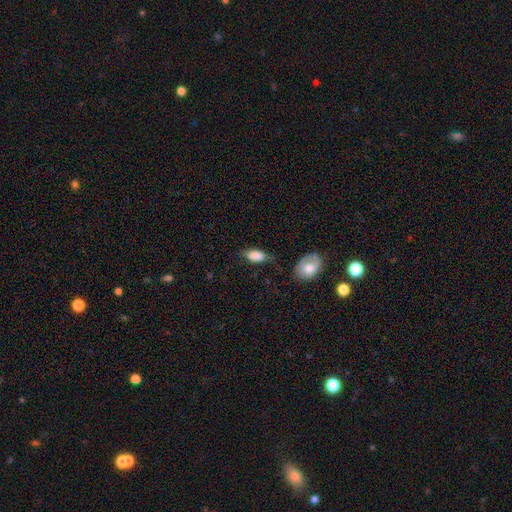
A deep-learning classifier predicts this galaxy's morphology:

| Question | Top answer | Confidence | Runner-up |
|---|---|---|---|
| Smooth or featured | smooth | 84% | featured or disk (9%) |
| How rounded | in between | 89% | cigar-shaped (7%) |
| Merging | none | 56% | minor disturbance (27%) |